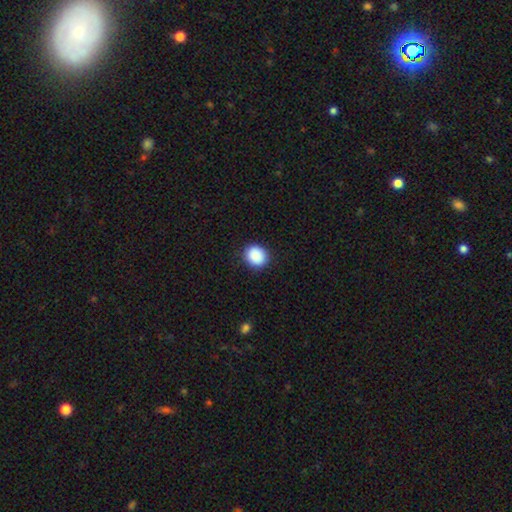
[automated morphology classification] This is clearly a smooth galaxy (88%). How rounded: likely round (75%). Merging: clearly none (90%).